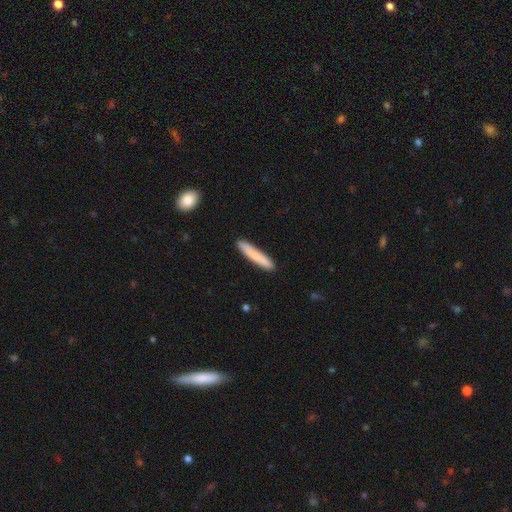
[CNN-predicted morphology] smooth_or_featured: smooth (p=0.79) [alt: featured or disk p=0.16]
how_rounded: cigar-shaped (p=0.94) [alt: in between p=0.05]
merging: none (p=0.89) [alt: minor disturbance p=0.08]